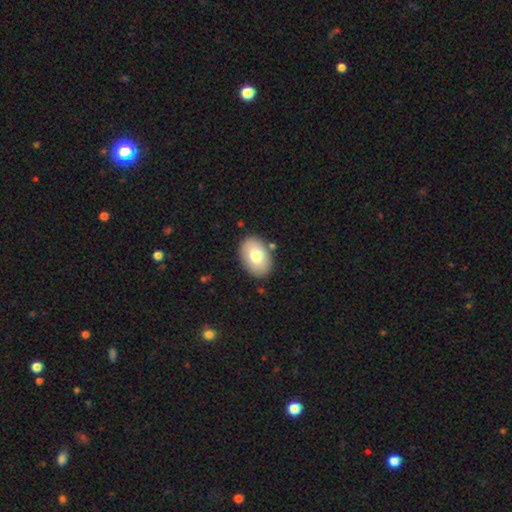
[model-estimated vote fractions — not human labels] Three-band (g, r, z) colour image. It shows a smooth galaxy with no disk features (75%) that is in between round and cigar-shaped (86%). Merging: none (85%).